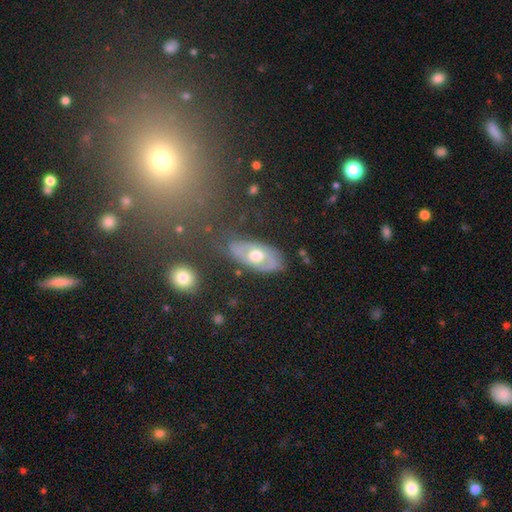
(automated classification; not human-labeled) smooth_or_featured: featured or disk (p=0.61) [alt: smooth p=0.33]
disk_edge_on: no (p=0.87) [alt: yes p=0.13]
bar: no (p=0.79) [alt: weak p=0.16]
has_spiral_arms: no (p=0.58) [alt: yes p=0.42]
bulge_size: moderate (p=0.72) [alt: large p=0.19]
merging: none (p=0.72) [alt: minor disturbance p=0.18]